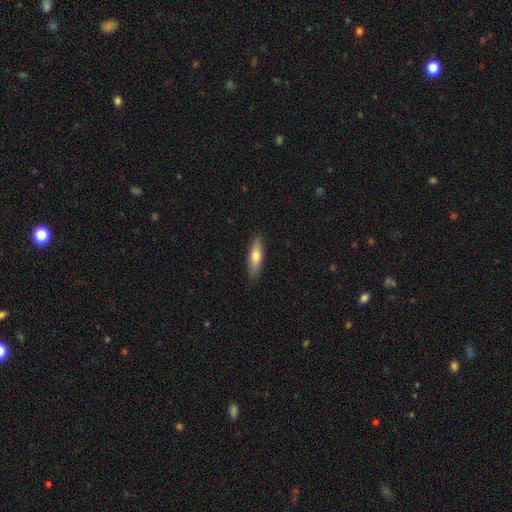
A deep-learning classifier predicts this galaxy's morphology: Q: Smooth or featured?
A: smooth (69%); runner-up: featured or disk (26%)
Q: How rounded?
A: cigar-shaped (57%); runner-up: in between (41%)
Q: Merging?
A: none (83%); runner-up: minor disturbance (13%)